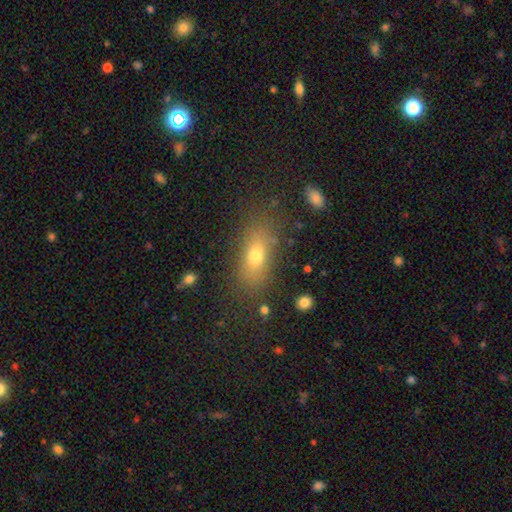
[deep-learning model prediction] Smooth or featured: smooth — 67% (featured or disk — 17%)
How rounded: in between — 72% (cigar-shaped — 18%)
Merging: none — 79% (minor disturbance — 13%)